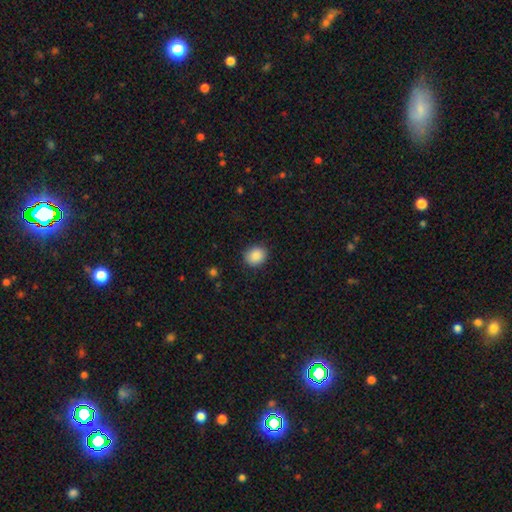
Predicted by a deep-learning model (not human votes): A smooth galaxy with no disk features (88%) that is round (73%). Merging: none (87%).